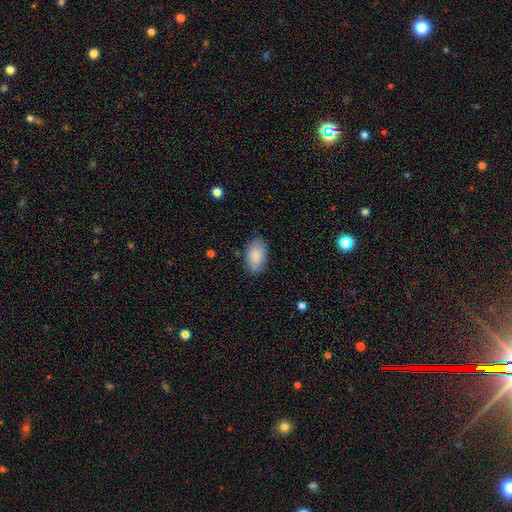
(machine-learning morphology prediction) A smooth galaxy with no disk features (84%) that is in between round and cigar-shaped (93%). Merging: none (80%).